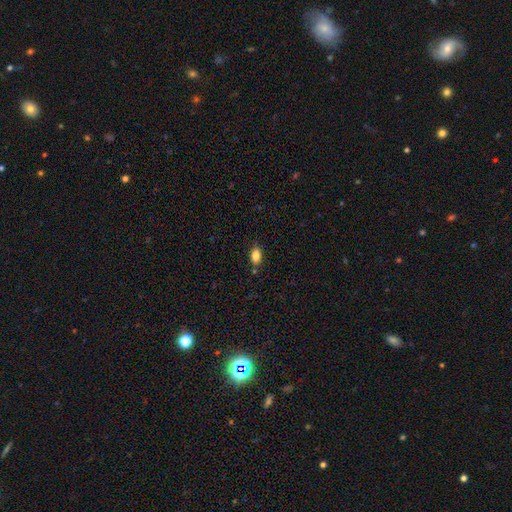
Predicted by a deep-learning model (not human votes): Q: Smooth or featured?
A: smooth (83%); runner-up: star or artifact (9%)
Q: How rounded?
A: in between (88%); runner-up: round (9%)
Q: Merging?
A: none (80%); runner-up: minor disturbance (13%)